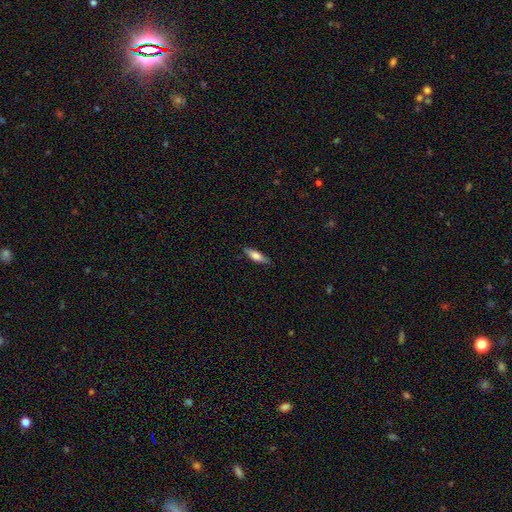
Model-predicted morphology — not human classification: smooth_or_featured: smooth (p=0.64) [alt: featured or disk p=0.30]
how_rounded: cigar-shaped (p=0.54) [alt: in between p=0.44]
merging: none (p=0.86) [alt: minor disturbance p=0.11]